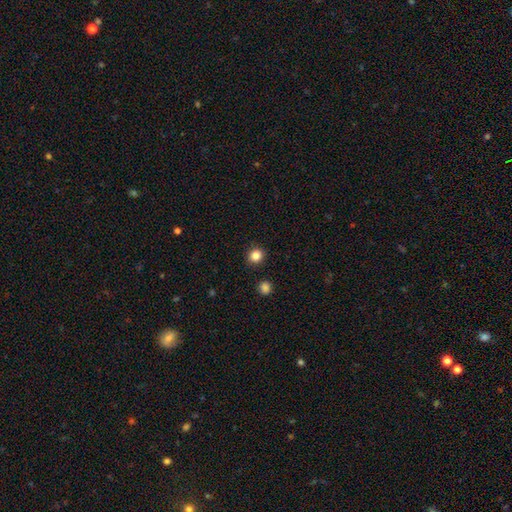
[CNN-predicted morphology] Smooth or featured: smooth — 85% (star or artifact — 11%)
How rounded: round — 86% (in between — 13%)
Merging: none — 91% (minor disturbance — 6%)